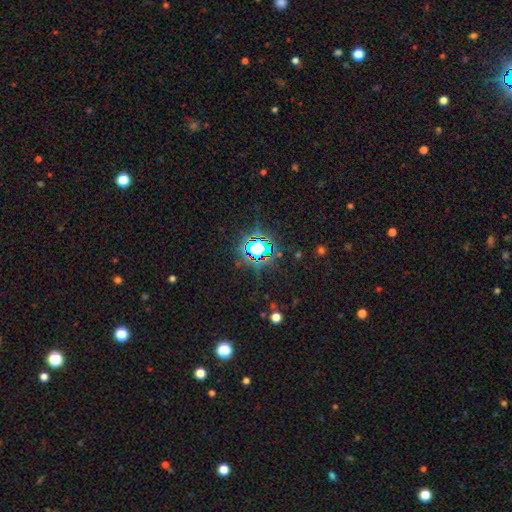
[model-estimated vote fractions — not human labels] Smooth or featured?
  - star or artifact: 71% *
  - smooth: 17%
  - featured or disk: 11%